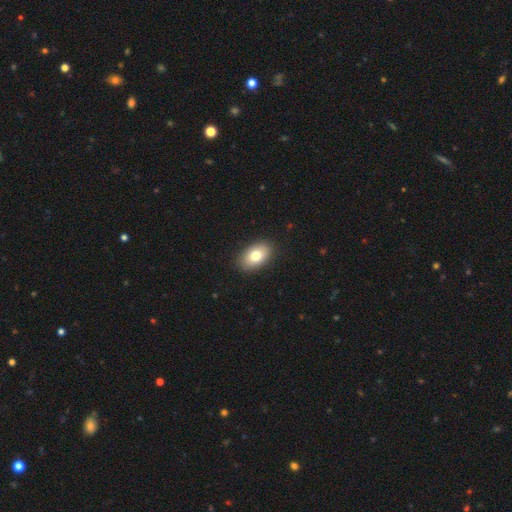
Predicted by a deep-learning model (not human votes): Overall: smooth (79%). How rounded: in between (90%). Merging: none (89%).